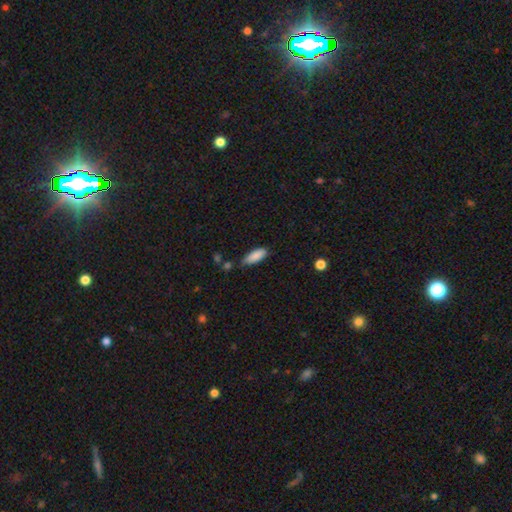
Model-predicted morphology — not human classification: A smooth galaxy with no disk features (88%) that is in between round and cigar-shaped (74%). Merging: none (69%).